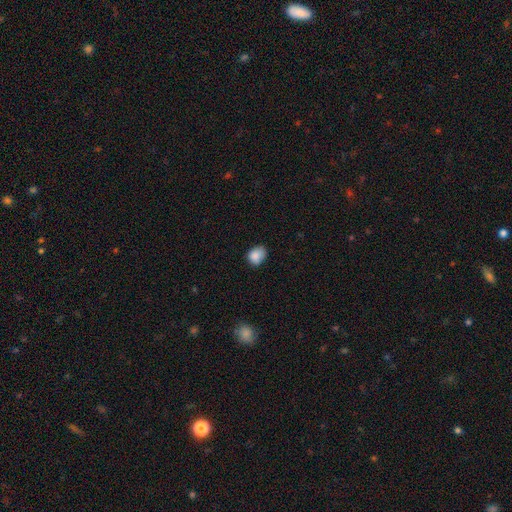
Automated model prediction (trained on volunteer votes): smooth_or_featured: smooth (p=0.85) [alt: star or artifact p=0.09]
how_rounded: in between (p=0.54) [alt: round p=0.45]
merging: none (p=0.63) [alt: minor disturbance p=0.29]